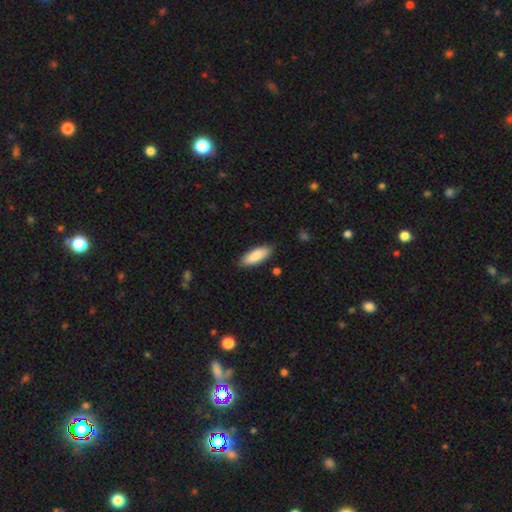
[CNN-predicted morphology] smooth-or-featured: smooth: 87% | featured or disk: 7% | star or artifact: 5%
  how-rounded: in between: 70% | cigar-shaped: 29% | round: 2%
  merging: none: 86% | minor disturbance: 11% | major disturbance: 2% | merger: 1%